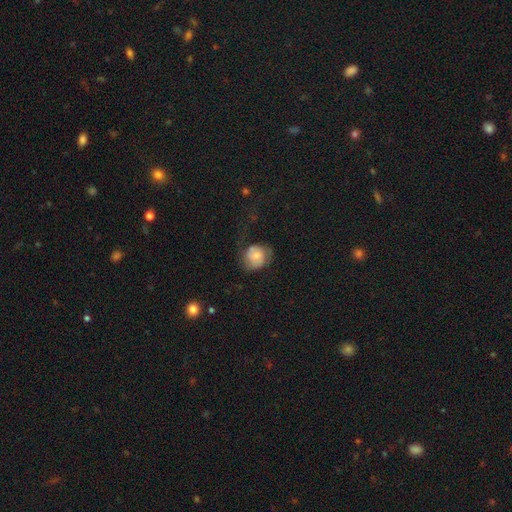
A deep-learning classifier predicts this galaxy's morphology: Smooth or featured? smooth (62%)
How rounded? round (77%)
Merging? none (46%)